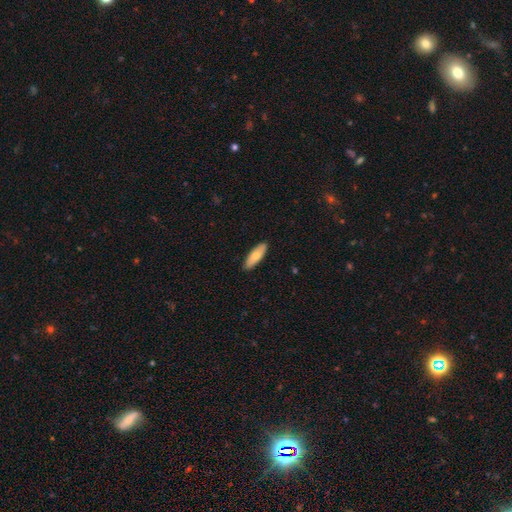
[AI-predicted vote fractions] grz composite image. It shows a smooth galaxy with no disk features (76%) that is in between round and cigar-shaped (56%). Merging: none (89%).